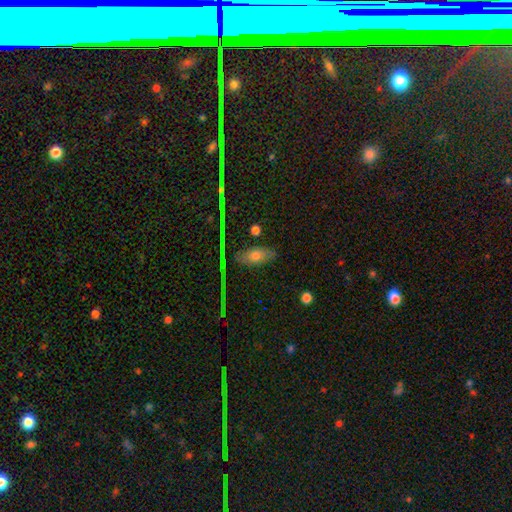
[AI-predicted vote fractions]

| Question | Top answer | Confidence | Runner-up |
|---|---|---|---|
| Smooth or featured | smooth | 63% | featured or disk (26%) |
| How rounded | in between | 84% | cigar-shaped (11%) |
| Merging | none | 71% | minor disturbance (18%) |